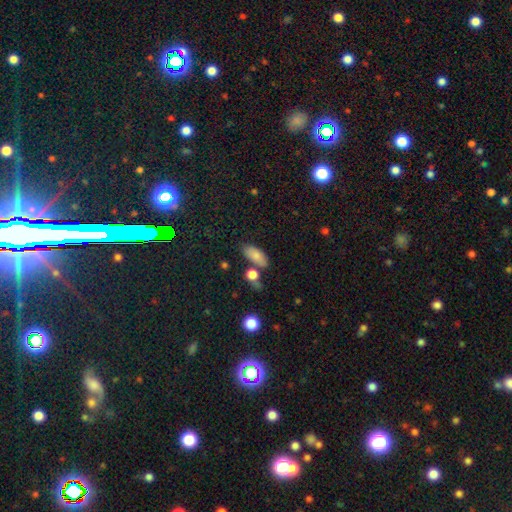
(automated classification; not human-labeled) This is clearly a smooth galaxy (81%). How rounded: clearly in between (84%). Merging: likely none (65%).